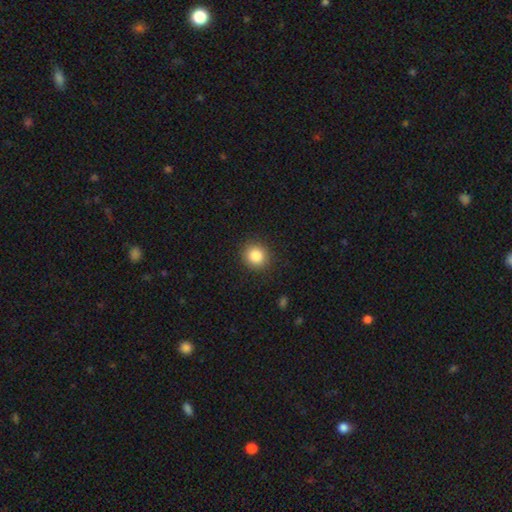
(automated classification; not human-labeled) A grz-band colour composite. It shows a smooth galaxy with no disk features (86%) that is round (89%). Merging: none (90%).